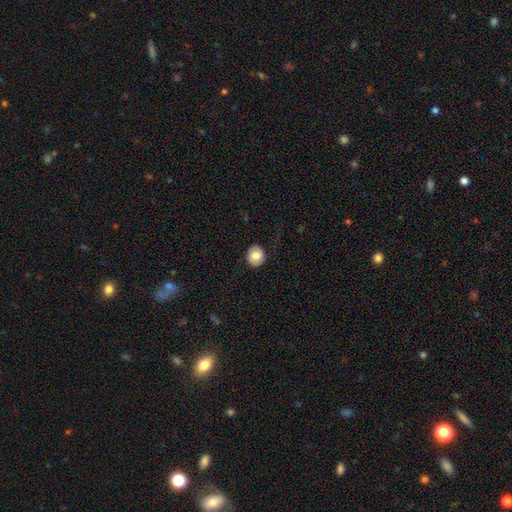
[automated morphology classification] smooth_or_featured: smooth (p=0.78) [alt: featured or disk p=0.14]
how_rounded: round (p=0.72) [alt: in between p=0.27]
merging: none (p=0.86) [alt: minor disturbance p=0.10]